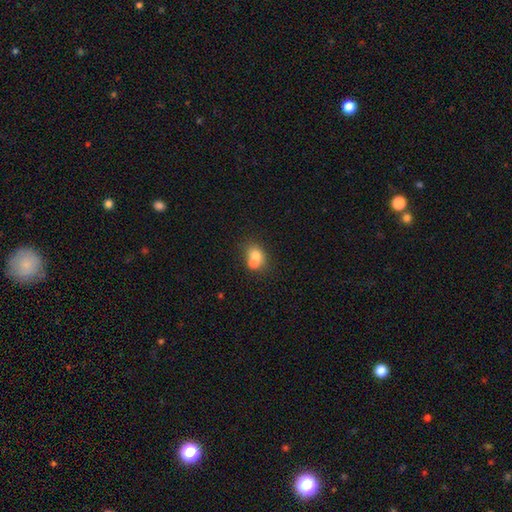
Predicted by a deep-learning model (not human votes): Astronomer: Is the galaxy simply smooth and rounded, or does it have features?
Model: smooth — 70%.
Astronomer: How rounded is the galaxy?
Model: round — 56% (runner-up: in between, 43%).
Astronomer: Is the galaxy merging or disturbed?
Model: merger — 59%.